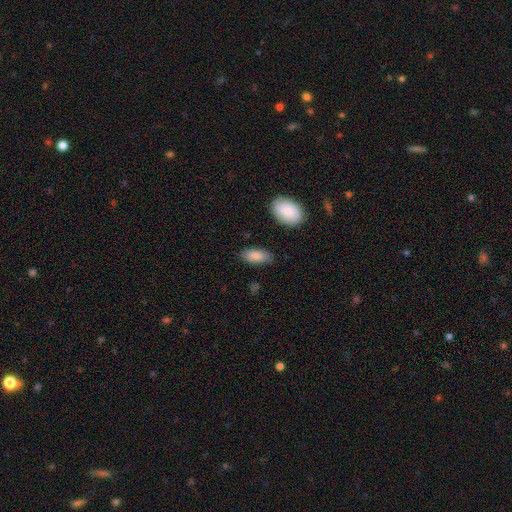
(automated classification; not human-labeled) Smooth or featured? Predicted: smooth (p=0.84). How rounded? Predicted: in between (p=0.90). Merging? Predicted: none (p=0.84).